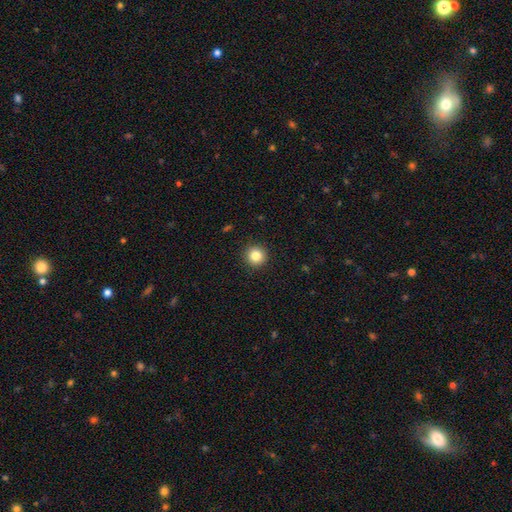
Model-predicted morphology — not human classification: Smooth or featured? smooth (83%)
How rounded? round (95%)
Merging? none (92%)